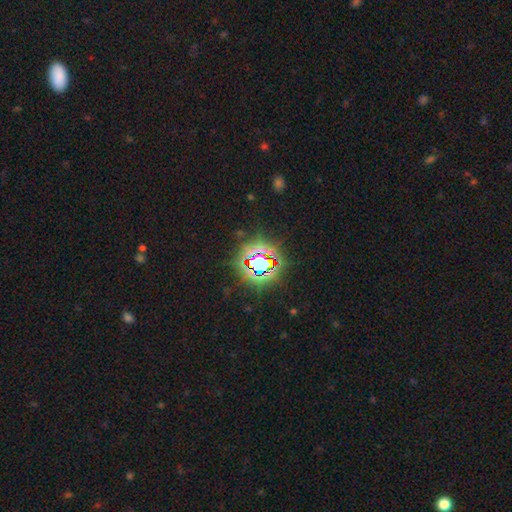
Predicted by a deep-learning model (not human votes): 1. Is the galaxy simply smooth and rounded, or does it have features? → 75% star or artifact, 15% smooth, 9% featured or disk.